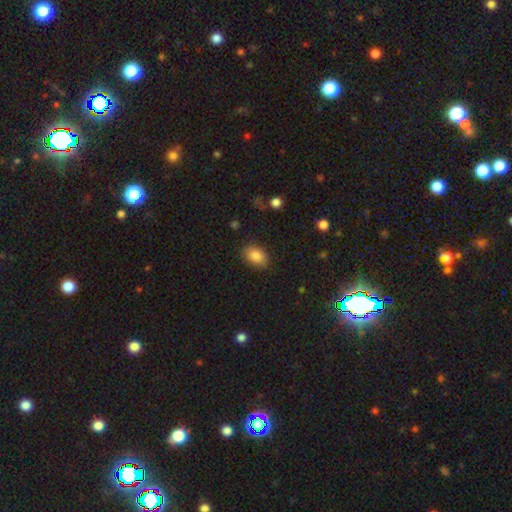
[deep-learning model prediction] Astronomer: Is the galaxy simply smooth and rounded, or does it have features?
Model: smooth — 86%.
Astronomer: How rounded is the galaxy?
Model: in between — 80%.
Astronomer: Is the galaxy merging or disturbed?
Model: none — 83%.